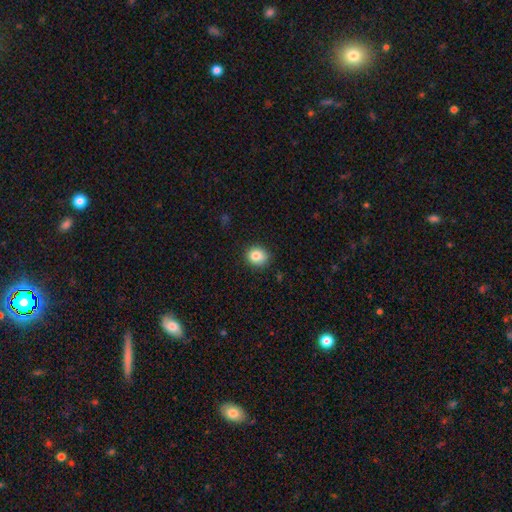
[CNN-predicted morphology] This is clearly a smooth galaxy (84%). How rounded: likely round (74%). Merging: clearly none (83%).